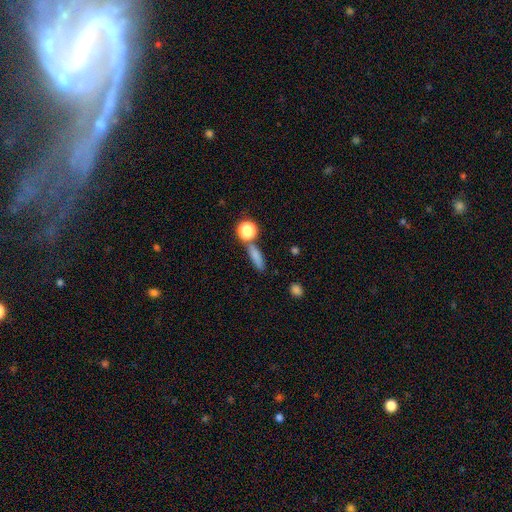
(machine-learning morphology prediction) smooth 78%, star or artifact 13%, featured or disk 9%. Down the decision tree: how rounded — cigar-shaped (51%); merging — none (69%).